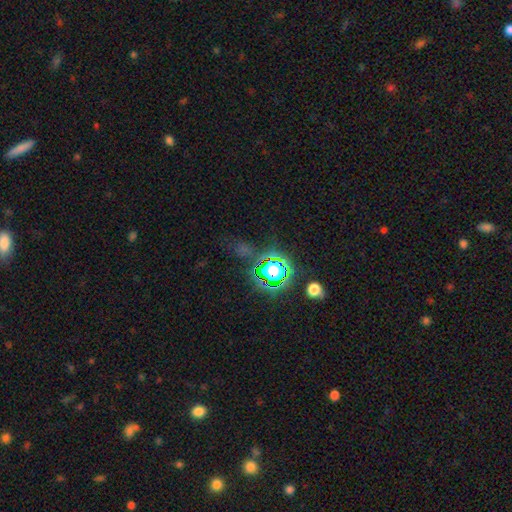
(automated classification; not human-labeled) The model was most divided on "smooth or featured": star or artifact: 77%, smooth: 14%, featured or disk: 9%.